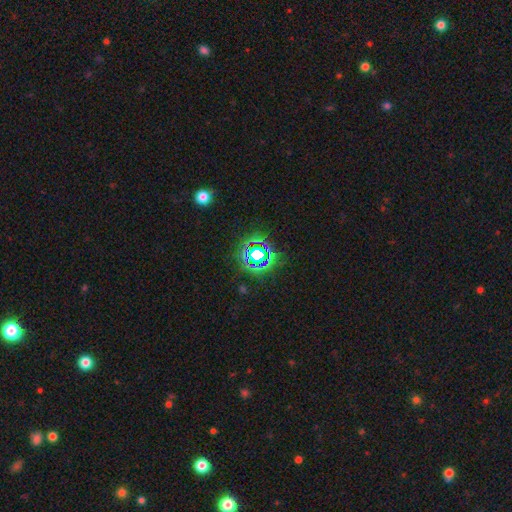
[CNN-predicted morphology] star or artifact 72%, smooth 17%, featured or disk 11%.